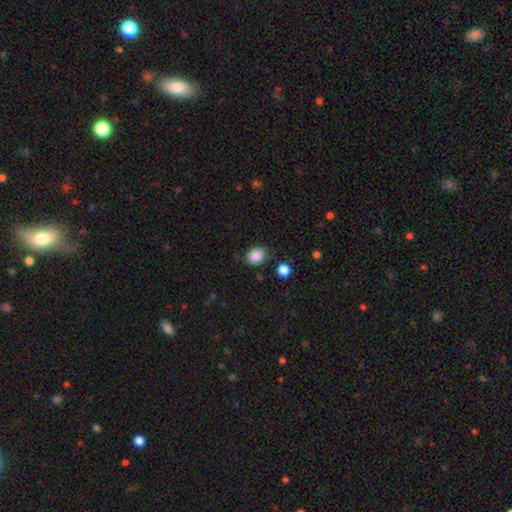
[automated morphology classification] This is clearly a smooth galaxy (87%). How rounded: possibly in between (54%). Merging: likely none (78%).